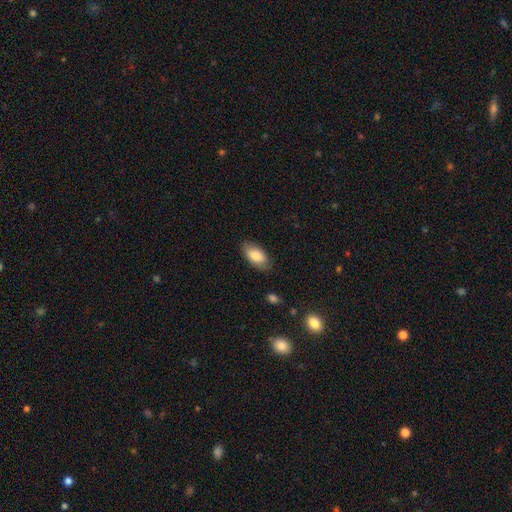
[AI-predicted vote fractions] Morphology: type=smooth (83%); roundness=in between (93%); merging=none (81%).